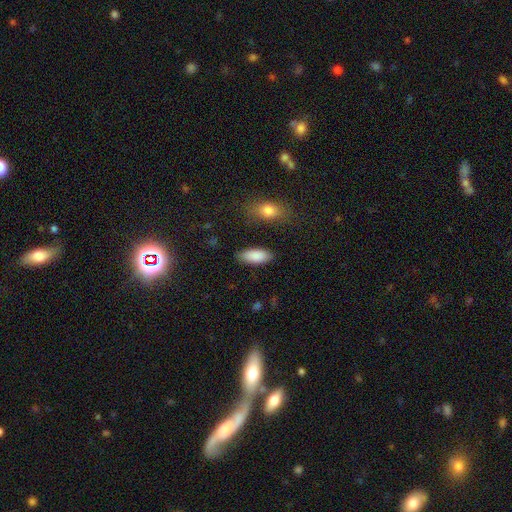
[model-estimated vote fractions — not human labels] The model was most divided on "merging": none: 84%, minor disturbance: 11%, major disturbance: 3%, merger: 2%. More confident: smooth or featured — smooth (88%); how rounded — in between (87%).